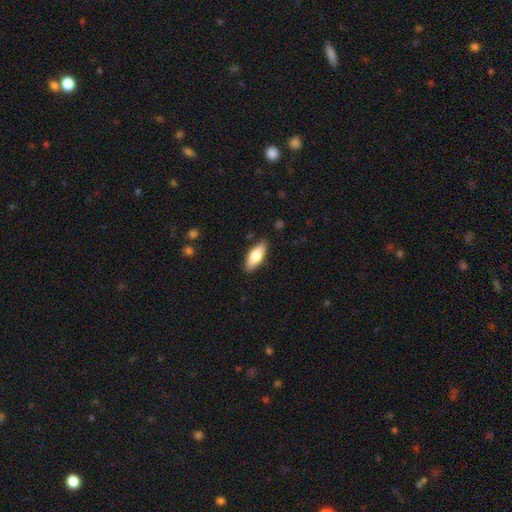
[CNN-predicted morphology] smooth_or_featured: smooth (p=0.71) [alt: featured or disk p=0.23]
how_rounded: in between (p=0.72) [alt: cigar-shaped p=0.26]
merging: none (p=0.87) [alt: minor disturbance p=0.10]